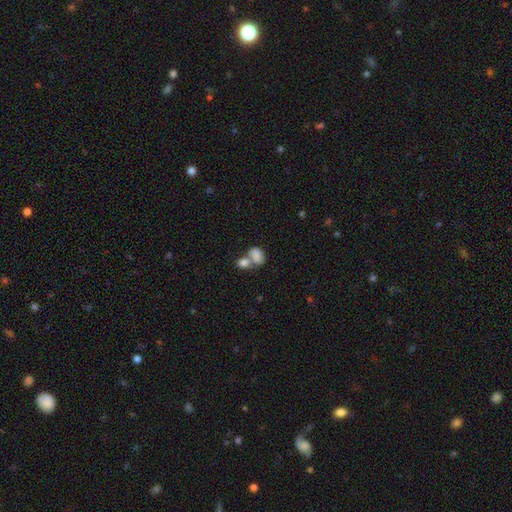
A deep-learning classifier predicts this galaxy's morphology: smooth_or_featured: smooth (p=0.79) [alt: featured or disk p=0.12]
how_rounded: in between (p=0.76) [alt: round p=0.22]
merging: merger (p=0.62) [alt: none p=0.23]